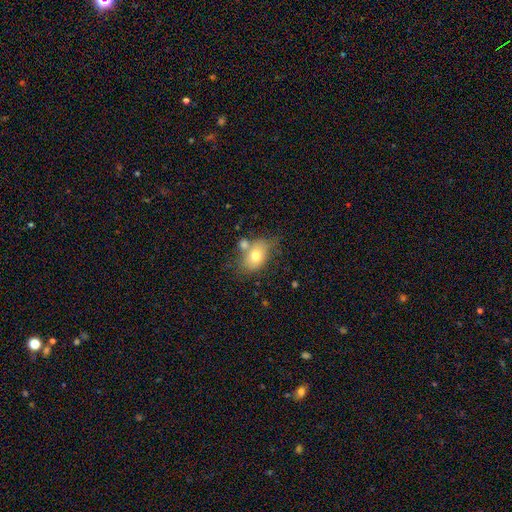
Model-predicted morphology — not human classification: Overall: smooth (71%). How rounded: in between (78%). Merging: none (50%; merger 24%).